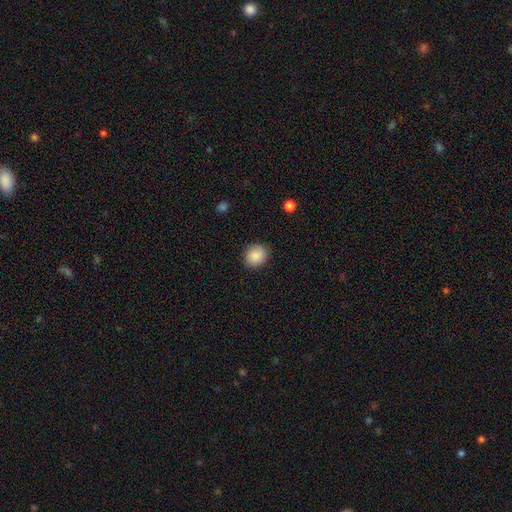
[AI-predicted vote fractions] Smooth or featured?
  - smooth: 88% *
  - star or artifact: 8%
  - featured or disk: 5%
How rounded?
  - round: 69% *
  - in between: 30%
  - cigar-shaped: 1%
Merging?
  - none: 86% *
  - minor disturbance: 10%
  - major disturbance: 3%
  - merger: 1%